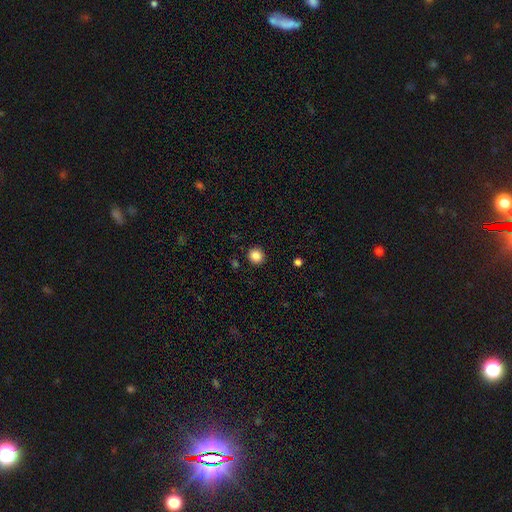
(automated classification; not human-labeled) Smooth or featured: smooth — 86% (star or artifact — 10%)
How rounded: round — 91% (in between — 8%)
Merging: none — 92% (minor disturbance — 5%)